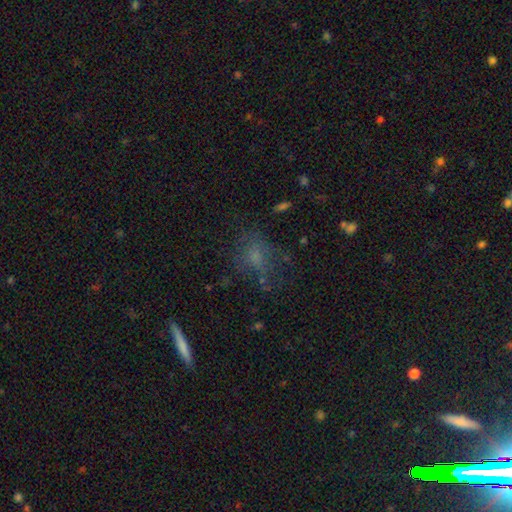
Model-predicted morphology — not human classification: A smooth galaxy with no disk features (55%) that is in between round and cigar-shaped (54%). Merging: none (56%).